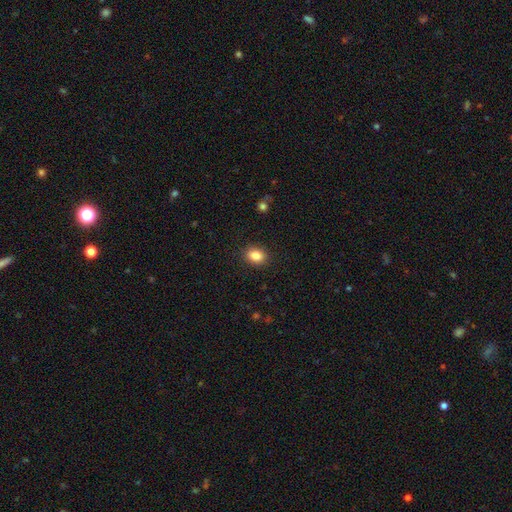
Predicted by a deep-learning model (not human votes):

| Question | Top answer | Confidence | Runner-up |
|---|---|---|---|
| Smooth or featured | smooth | 85% | star or artifact (9%) |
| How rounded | in between | 63% | round (36%) |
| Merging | none | 89% | minor disturbance (8%) |